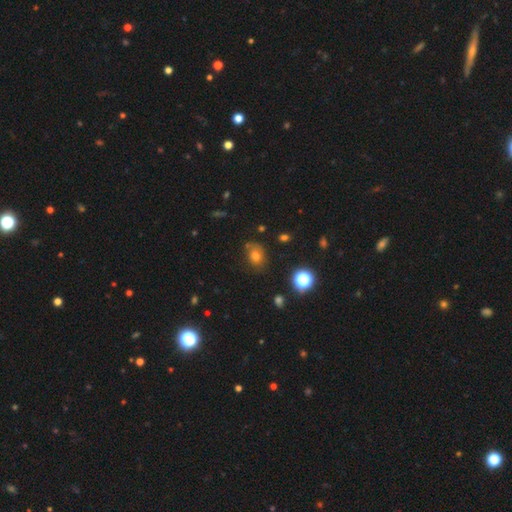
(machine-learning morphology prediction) Smooth or featured: smooth — 69% (star or artifact — 20%)
How rounded: in between — 51% (round — 48%)
Merging: none — 72% (minor disturbance — 19%)